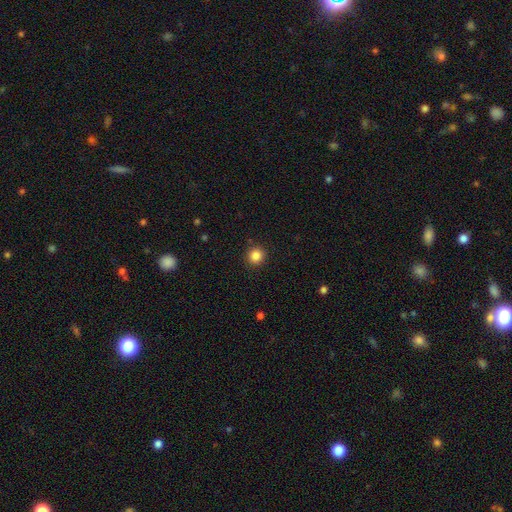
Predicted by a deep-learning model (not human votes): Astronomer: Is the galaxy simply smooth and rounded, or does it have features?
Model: smooth — 85%.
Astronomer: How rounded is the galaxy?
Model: round — 93%.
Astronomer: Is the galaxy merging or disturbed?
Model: none — 91%.